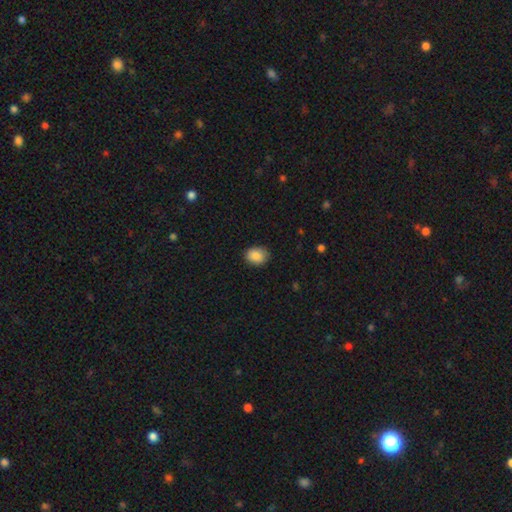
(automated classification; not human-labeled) This is clearly a smooth galaxy (88%). How rounded: possibly in between (58%). Merging: clearly none (83%).